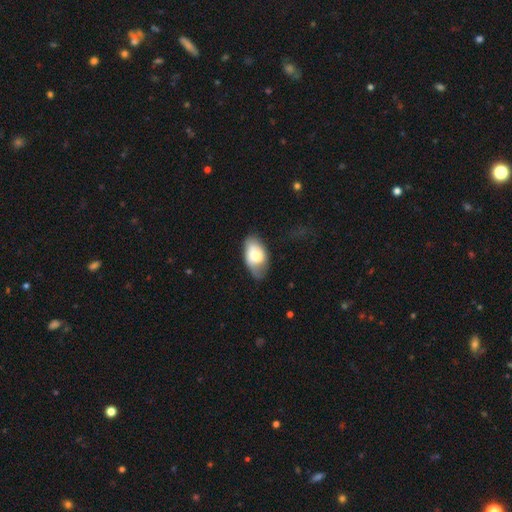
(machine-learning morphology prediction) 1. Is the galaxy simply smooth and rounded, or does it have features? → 65% smooth, 29% featured or disk, 7% star or artifact.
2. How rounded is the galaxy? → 93% in between, 6% round, 2% cigar-shaped.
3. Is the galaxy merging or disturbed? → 55% none, 32% minor disturbance, 11% major disturbance, 2% merger.